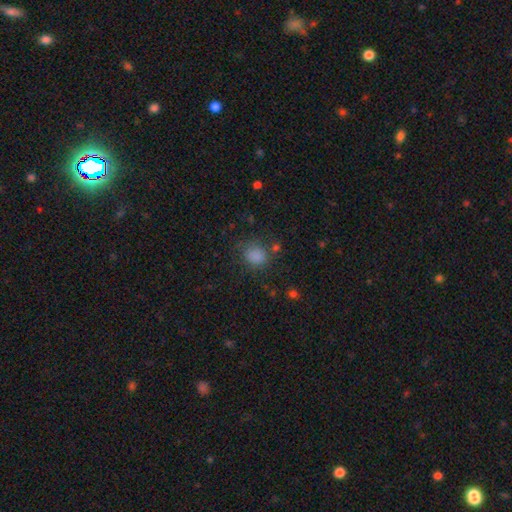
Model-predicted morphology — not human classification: smooth 81%, star or artifact 13%, featured or disk 5%. Down the decision tree: how rounded — round (68%); merging — none (70%).